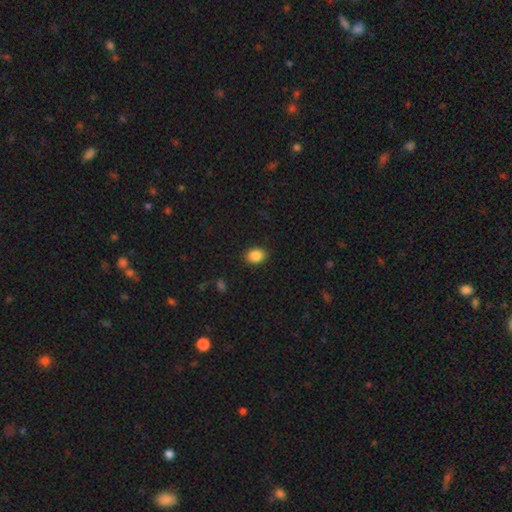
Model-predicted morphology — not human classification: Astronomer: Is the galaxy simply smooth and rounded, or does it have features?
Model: smooth — 87%.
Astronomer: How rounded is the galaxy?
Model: in between — 56% (runner-up: round, 43%).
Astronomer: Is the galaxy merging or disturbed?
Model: none — 89%.